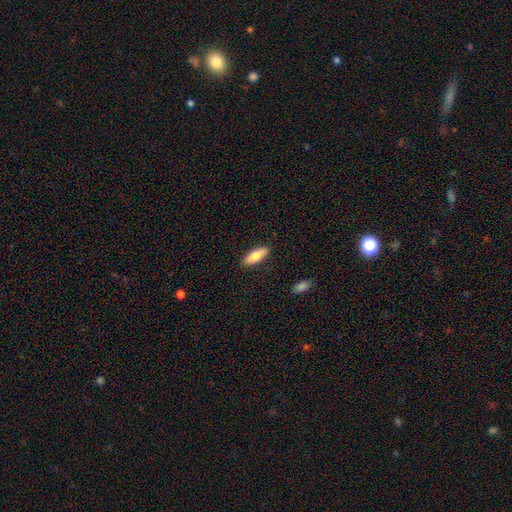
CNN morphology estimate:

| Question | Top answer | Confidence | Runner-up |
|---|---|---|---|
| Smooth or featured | smooth | 73% | featured or disk (21%) |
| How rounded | in between | 70% | cigar-shaped (28%) |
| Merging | none | 89% | minor disturbance (8%) |